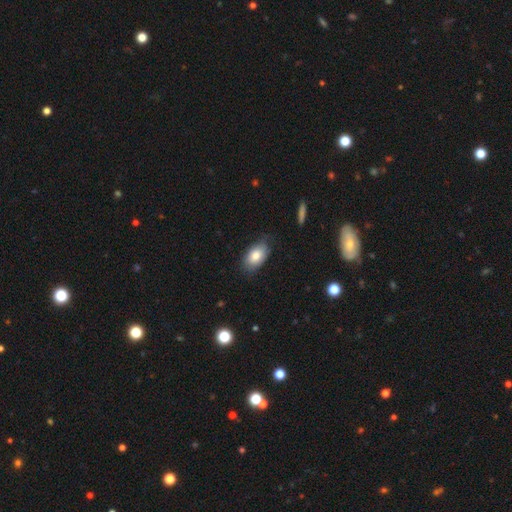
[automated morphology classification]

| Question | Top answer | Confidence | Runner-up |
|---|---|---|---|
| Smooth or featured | smooth | 81% | featured or disk (12%) |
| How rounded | in between | 91% | round (8%) |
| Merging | none | 75% | minor disturbance (20%) |